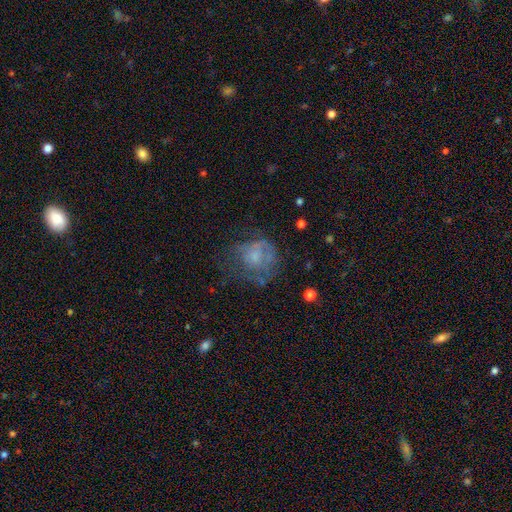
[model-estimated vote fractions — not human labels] Morphology: type=featured or disk (44%); merging=none (40%).